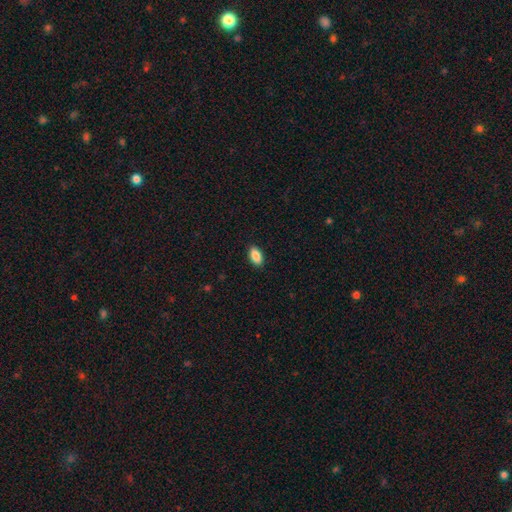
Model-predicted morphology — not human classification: type=smooth (89%); roundness=in between (93%); merging=none (90%).